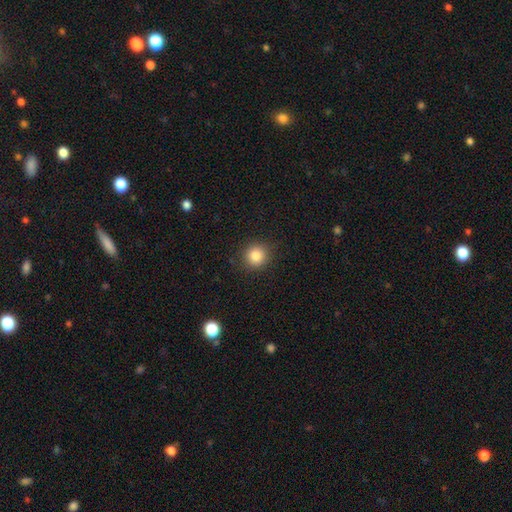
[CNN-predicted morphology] Q: Smooth or featured?
A: smooth (84%); runner-up: star or artifact (11%)
Q: How rounded?
A: round (91%); runner-up: in between (8%)
Q: Merging?
A: none (88%); runner-up: minor disturbance (8%)